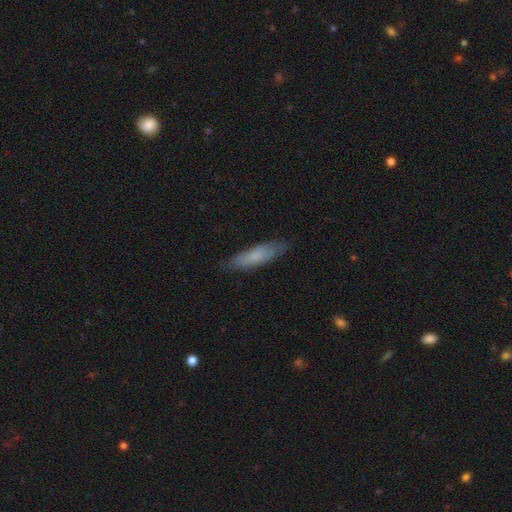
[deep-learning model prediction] smooth-or-featured: smooth: 73% | featured or disk: 21% | star or artifact: 6%
  how-rounded: cigar-shaped: 71% | in between: 28% | round: 1%
  merging: none: 80% | minor disturbance: 16% | major disturbance: 3% | merger: 1%